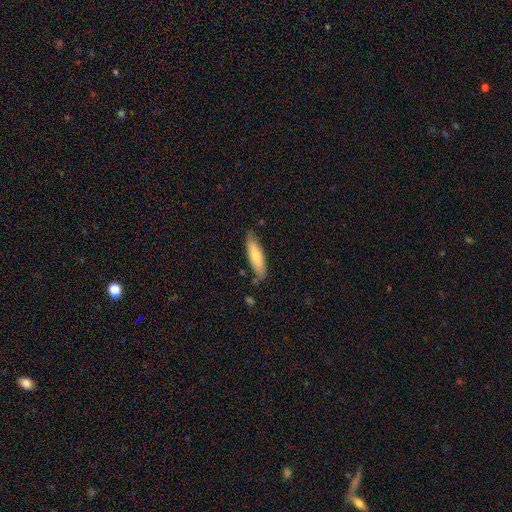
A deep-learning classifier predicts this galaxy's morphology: A smooth galaxy with no disk features (70%) that is cigar-shaped (60%).

Vote fractions:
- Smooth or featured? smooth: 70% / featured or disk: 25% / star or artifact: 6%
- How rounded? cigar-shaped: 60% / in between: 39% / round: 2%
- Merging? none: 79% / minor disturbance: 15% / merger: 3% / major disturbance: 3%